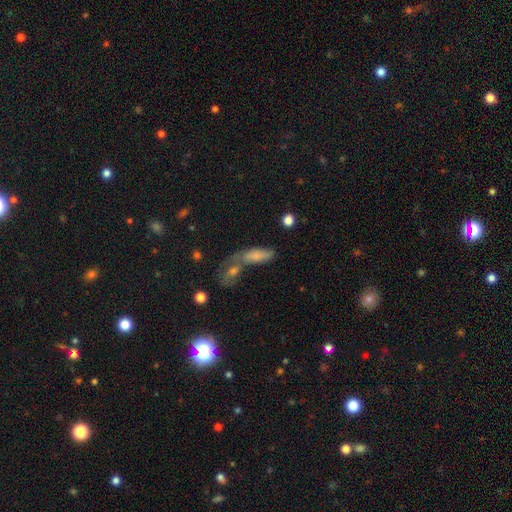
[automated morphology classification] The model was most divided on "merging": merger: 50%, none: 30%, minor disturbance: 12%, major disturbance: 8%. More confident: smooth or featured — smooth (70%); how rounded — in between (62%).